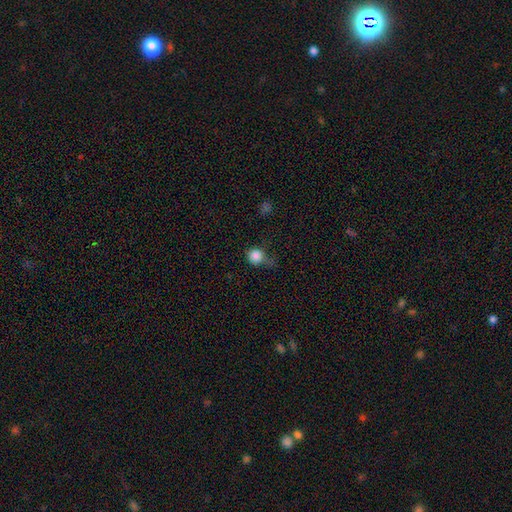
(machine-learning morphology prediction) The model was most divided on "merging": none: 52%, minor disturbance: 29%, major disturbance: 14%, merger: 5%. More confident: how rounded — round (89%); smooth or featured — smooth (84%).